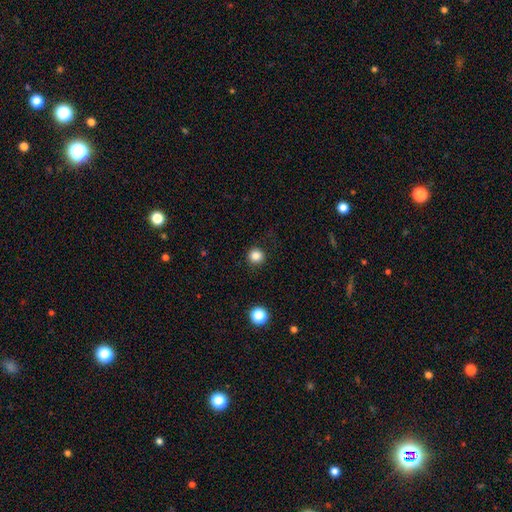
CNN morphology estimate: Smooth or featured: smooth — 84% (star or artifact — 12%)
How rounded: round — 94% (in between — 5%)
Merging: none — 90% (minor disturbance — 6%)